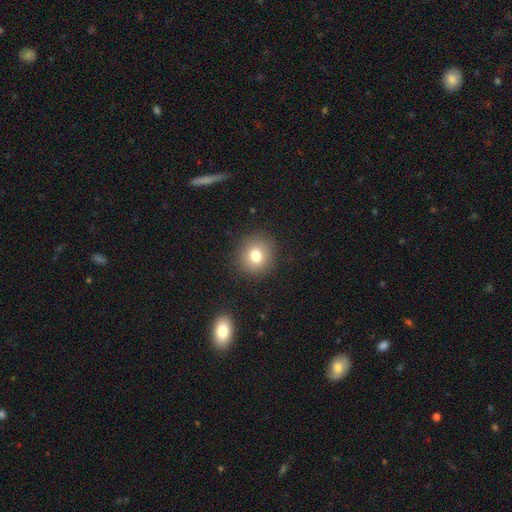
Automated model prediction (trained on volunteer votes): Q: Smooth or featured?
A: smooth (77%); runner-up: star or artifact (12%)
Q: How rounded?
A: round (84%); runner-up: in between (15%)
Q: Merging?
A: none (88%); runner-up: minor disturbance (7%)